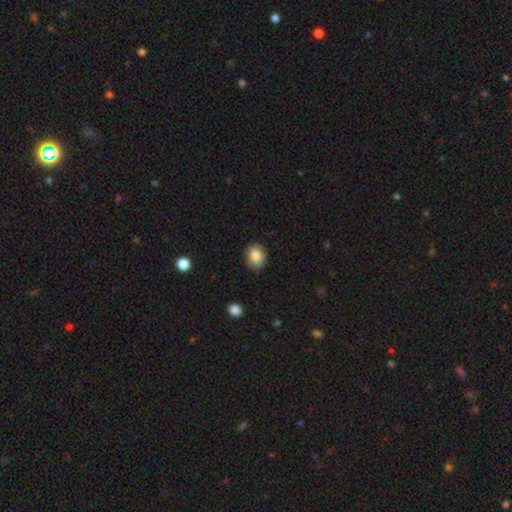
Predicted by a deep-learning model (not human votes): smooth_or_featured: smooth (p=0.85) [alt: star or artifact p=0.08]
how_rounded: round (p=0.53) [alt: in between p=0.46]
merging: none (p=0.86) [alt: minor disturbance p=0.11]